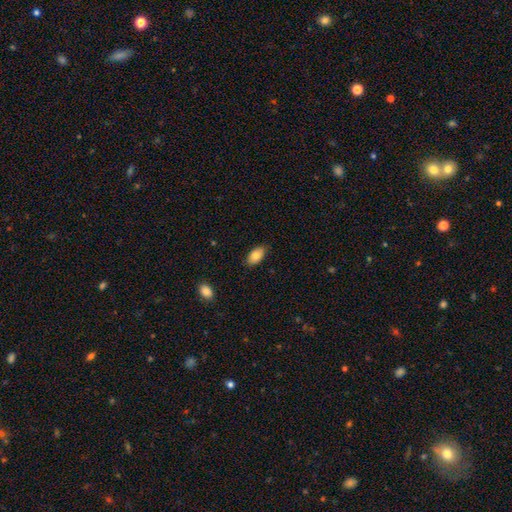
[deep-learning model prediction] Morphology: type=smooth (83%); roundness=in between (93%); merging=none (85%).